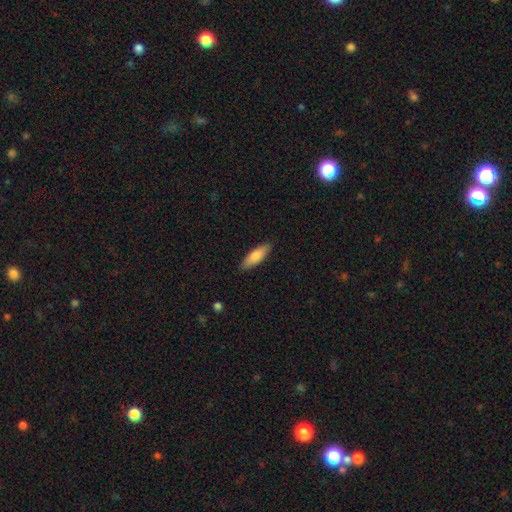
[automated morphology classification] This is clearly a smooth galaxy (80%). How rounded: possibly in between (54%). Merging: clearly none (87%).